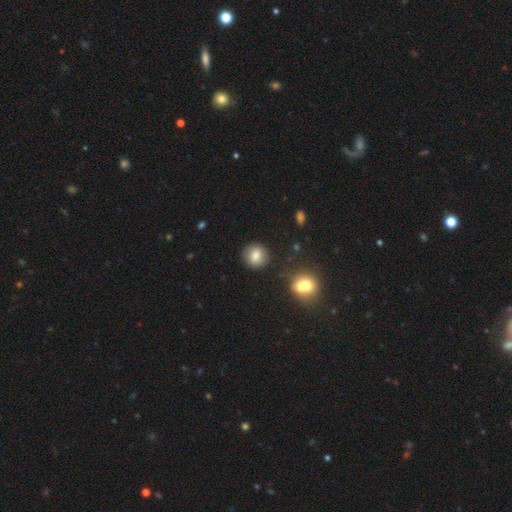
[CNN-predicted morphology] Overall: smooth (83%). How rounded: round (86%). Merging: none (86%).